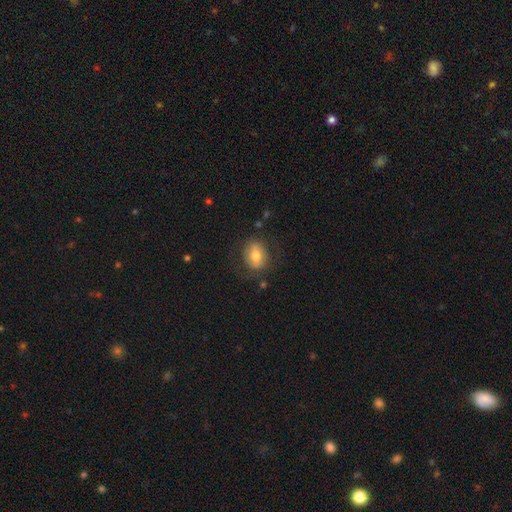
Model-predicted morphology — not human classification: smooth_or_featured: smooth (p=0.66) [alt: featured or disk p=0.26]
how_rounded: in between (p=0.54) [alt: round p=0.45]
merging: none (p=0.74) [alt: minor disturbance p=0.16]